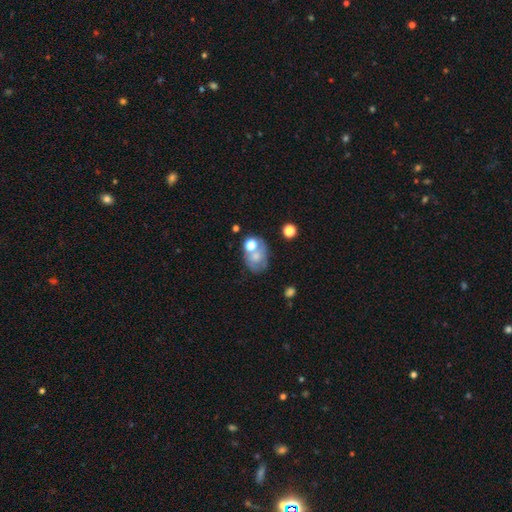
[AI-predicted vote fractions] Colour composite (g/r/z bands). It shows a smooth galaxy with no disk features (54%) that is in between round and cigar-shaped (61%). Merging: none (39%).